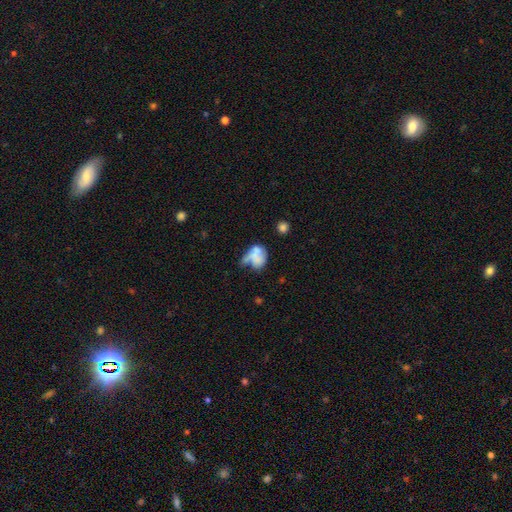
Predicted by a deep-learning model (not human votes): This is possibly a smooth galaxy (58%). How rounded: likely in between (65%). Merging: marginally merger (28%).